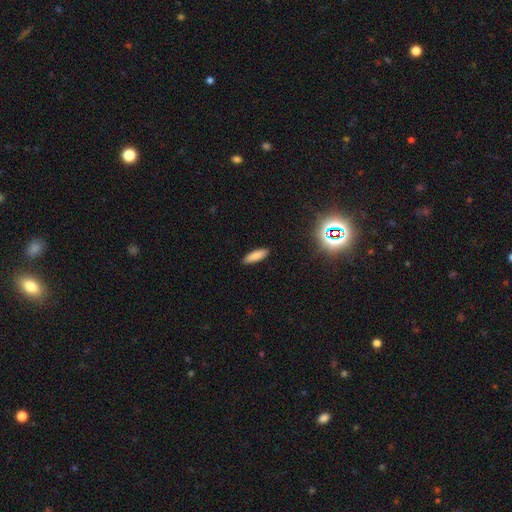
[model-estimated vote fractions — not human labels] smooth-or-featured: smooth: 83% | star or artifact: 9% | featured or disk: 8%
  how-rounded: cigar-shaped: 51% | in between: 47% | round: 2%
  merging: none: 89% | minor disturbance: 8% | major disturbance: 2% | merger: 1%